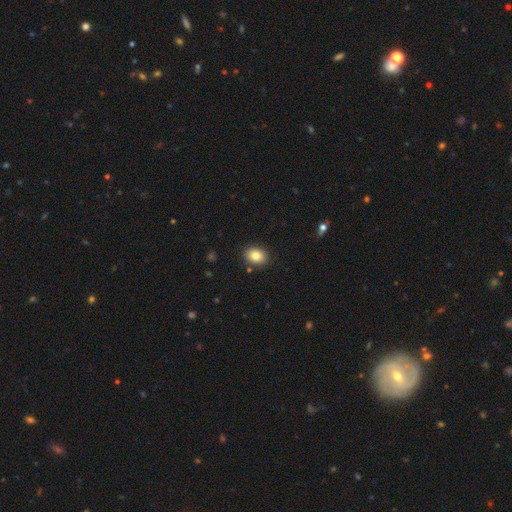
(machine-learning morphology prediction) Smooth or featured?
  - smooth: 82% *
  - star or artifact: 9%
  - featured or disk: 9%
How rounded?
  - in between: 60% *
  - round: 39%
  - cigar-shaped: 1%
Merging?
  - none: 88% *
  - minor disturbance: 8%
  - major disturbance: 2%
  - merger: 2%